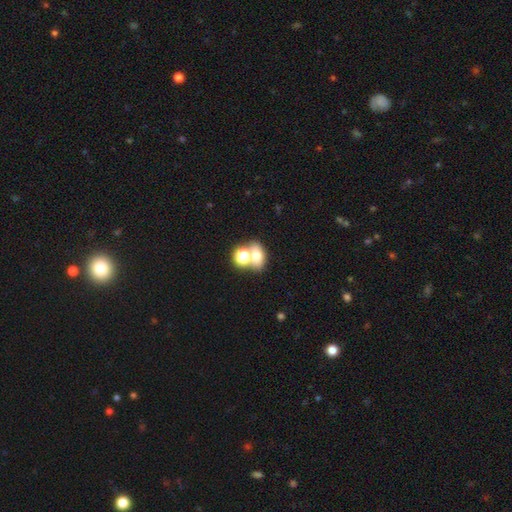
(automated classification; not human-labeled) smooth_or_featured: smooth (p=0.68) [alt: featured or disk p=0.18]
how_rounded: in between (p=0.61) [alt: round p=0.37]
merging: merger (p=0.45) [alt: none p=0.42]